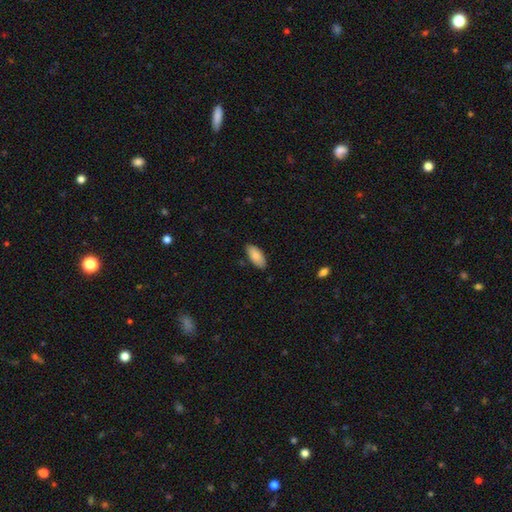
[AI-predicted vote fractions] A smooth galaxy with no disk features (85%) that is in between round and cigar-shaped (88%). Merging: none (85%).